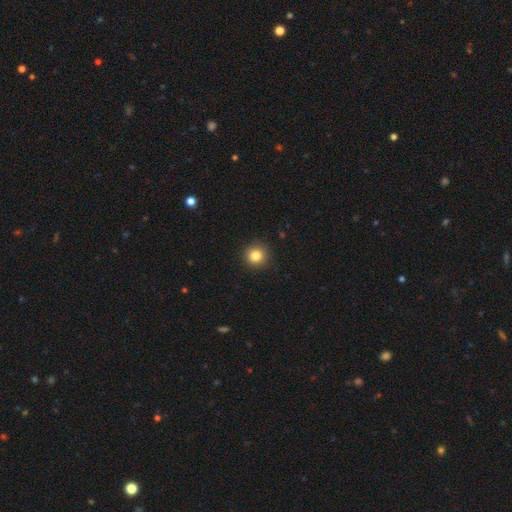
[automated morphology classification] This is clearly a smooth galaxy (83%). How rounded: clearly round (94%). Merging: clearly none (91%).